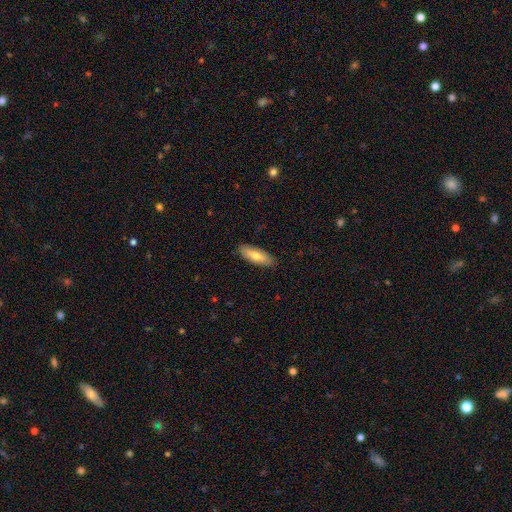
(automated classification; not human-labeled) This appears to be a smooth galaxy with no disk features (73%) that is in between round and cigar-shaped (67%). Merging: none (88%).